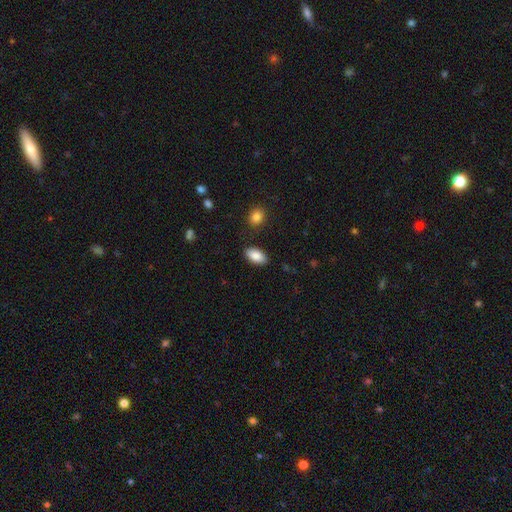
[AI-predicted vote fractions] This is clearly a smooth galaxy (87%). How rounded: clearly in between (94%). Merging: clearly none (86%).